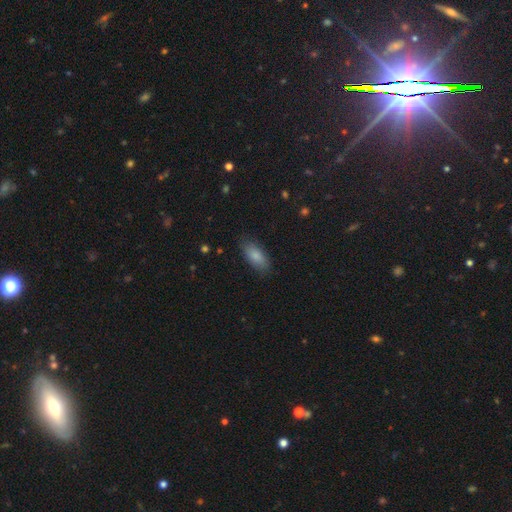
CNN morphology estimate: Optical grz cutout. It shows a smooth galaxy with no disk features (85%) that is in between round and cigar-shaped (89%). Merging: none (82%).